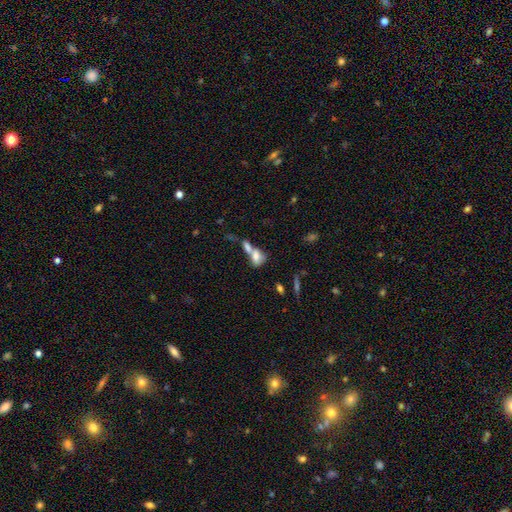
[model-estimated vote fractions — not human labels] This is likely a smooth galaxy (67%). How rounded: likely in between (77%). Merging: likely merger (63%).